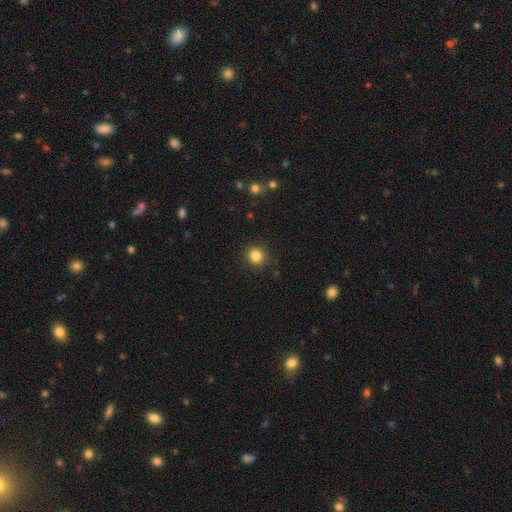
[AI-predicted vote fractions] Morphology: type=smooth (84%); roundness=round (87%); merging=none (88%).